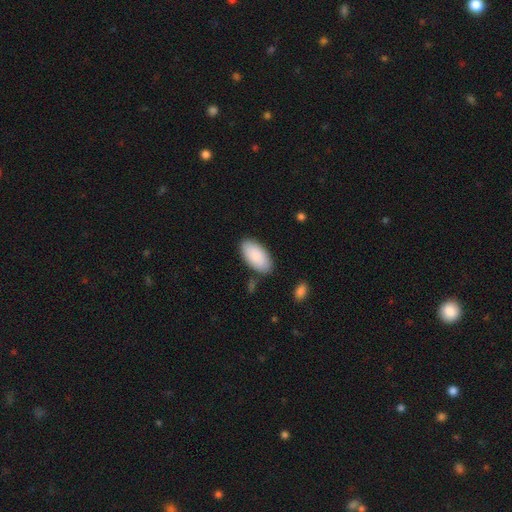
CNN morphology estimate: Q: Smooth or featured?
A: smooth (89%); runner-up: featured or disk (5%)
Q: How rounded?
A: in between (96%); runner-up: cigar-shaped (2%)
Q: Merging?
A: none (84%); runner-up: minor disturbance (11%)